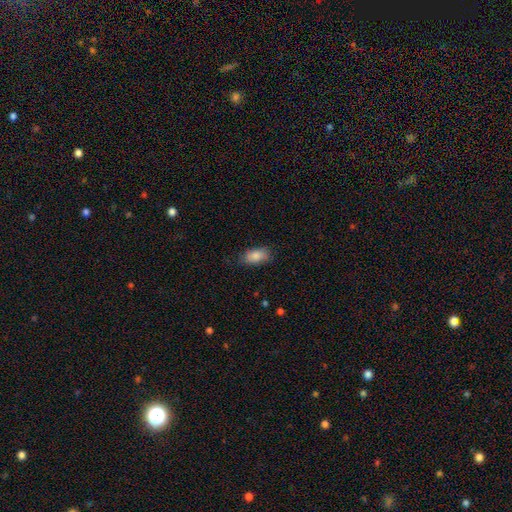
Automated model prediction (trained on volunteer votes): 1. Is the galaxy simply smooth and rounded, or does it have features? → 85% smooth, 8% featured or disk, 7% star or artifact.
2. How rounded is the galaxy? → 91% in between, 5% round, 4% cigar-shaped.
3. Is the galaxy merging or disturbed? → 76% none, 19% minor disturbance, 4% major disturbance, 1% merger.